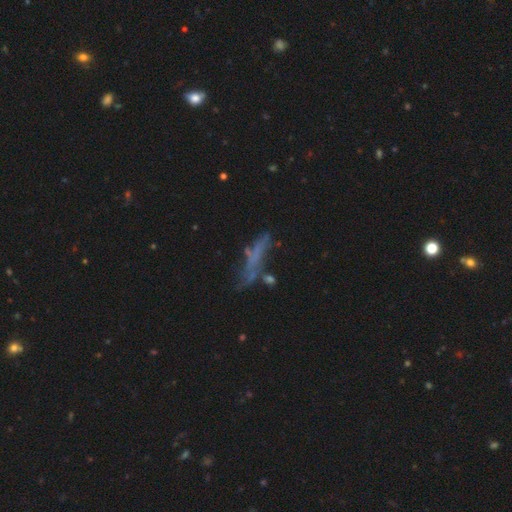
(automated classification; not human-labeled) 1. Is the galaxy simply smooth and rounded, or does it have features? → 44% featured or disk, 37% smooth, 19% star or artifact.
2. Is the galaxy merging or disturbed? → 44% none, 24% major disturbance, 21% minor disturbance, 12% merger.